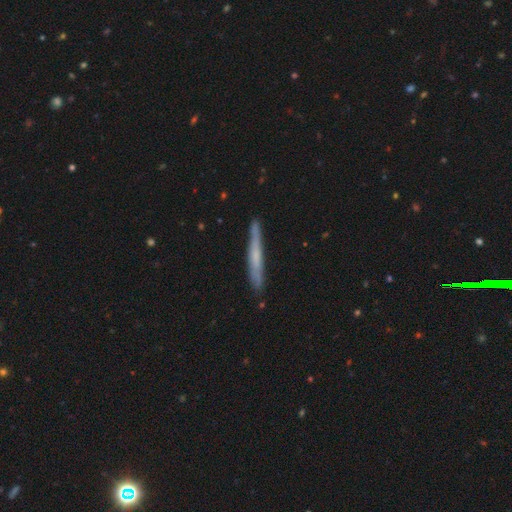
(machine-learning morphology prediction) Smooth or featured? Predicted: featured or disk (p=0.47, tied with smooth). Merging? Predicted: none (p=0.85).